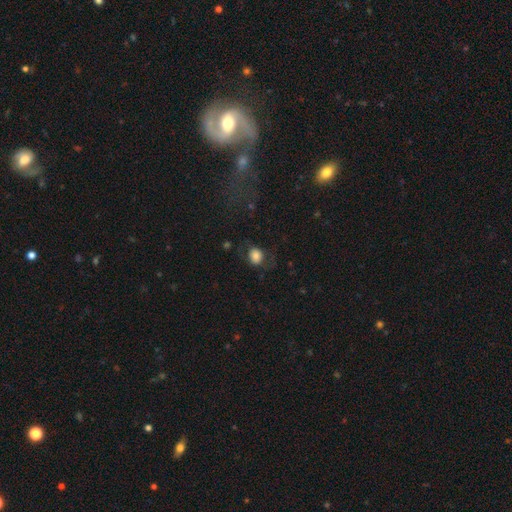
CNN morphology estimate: A smooth galaxy with no disk features (73%) that is round (62%). Merging: none (62%).